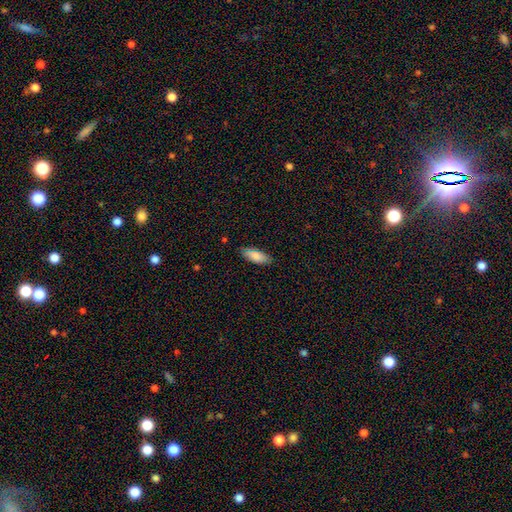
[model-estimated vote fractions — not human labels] A smooth galaxy with no disk features (86%) that is in between round and cigar-shaped (74%).

Vote fractions:
- Smooth or featured? smooth: 86% / featured or disk: 8% / star or artifact: 6%
- How rounded? in between: 74% / cigar-shaped: 24% / round: 2%
- Merging? none: 83% / minor disturbance: 13% / major disturbance: 2% / merger: 1%